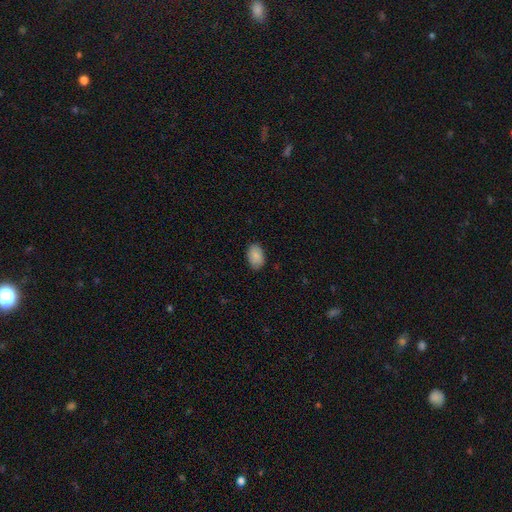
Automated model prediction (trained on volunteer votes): Smooth or featured? Predicted: smooth (p=0.87). How rounded? Predicted: in between (p=0.89). Merging? Predicted: none (p=0.85).